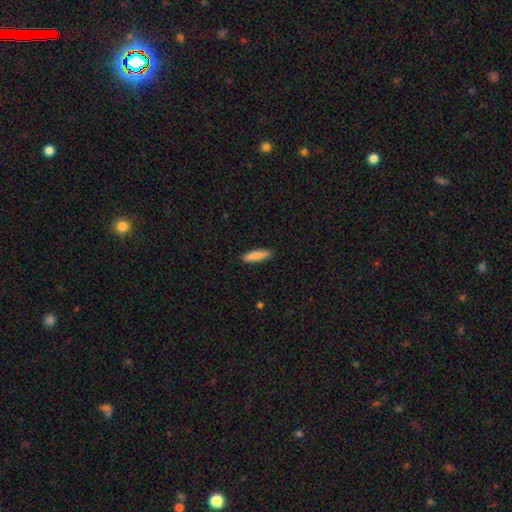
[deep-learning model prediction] Smooth or featured: smooth — 87% (featured or disk — 7%)
How rounded: cigar-shaped — 73% (in between — 25%)
Merging: none — 90% (minor disturbance — 8%)